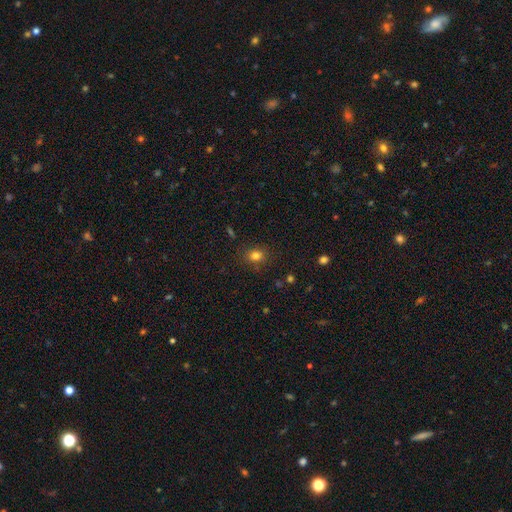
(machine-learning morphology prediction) This is clearly a smooth galaxy (80%). How rounded: likely round (60%). Merging: clearly none (85%).